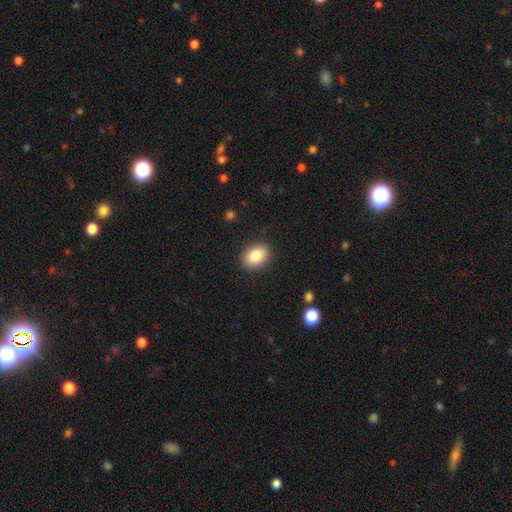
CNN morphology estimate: smooth_or_featured: smooth (p=0.85) [alt: star or artifact p=0.08]
how_rounded: in between (p=0.73) [alt: round p=0.26]
merging: none (p=0.89) [alt: minor disturbance p=0.08]